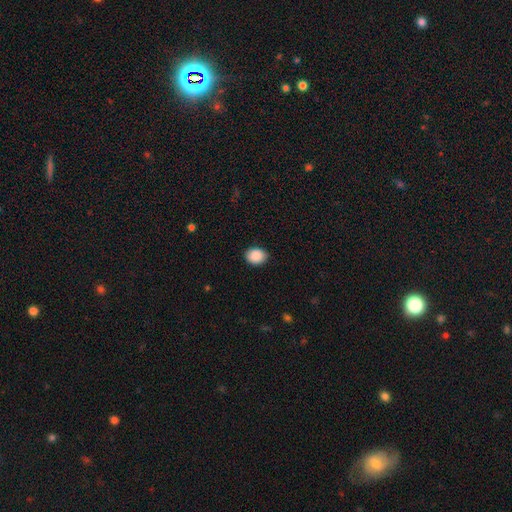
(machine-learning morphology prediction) Smooth or featured? Predicted: smooth (p=0.90). How rounded? Predicted: in between (p=0.59). Merging? Predicted: none (p=0.88).